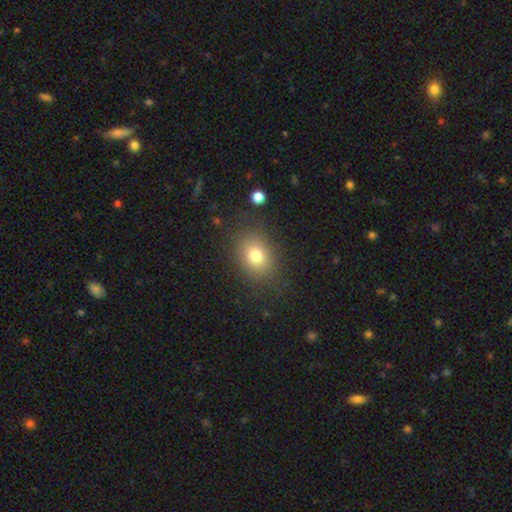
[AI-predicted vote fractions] Q: Smooth or featured?
A: smooth (76%); runner-up: star or artifact (13%)
Q: How rounded?
A: in between (52%); runner-up: round (47%)
Q: Merging?
A: none (82%); runner-up: minor disturbance (11%)